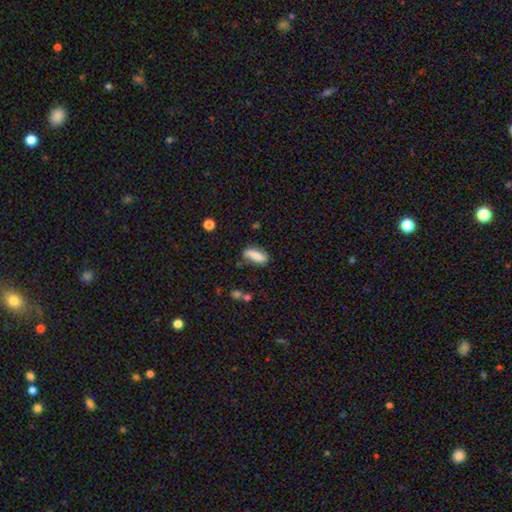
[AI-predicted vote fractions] A smooth galaxy with no disk features (76%) that is in between round and cigar-shaped (64%). Merging: none (72%).